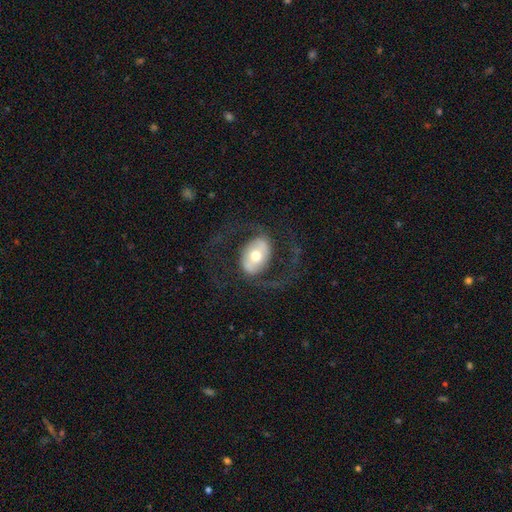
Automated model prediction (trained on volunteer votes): This is likely a featured or disk galaxy (70%). It is clearly not viewed edge-on (95%). Bar: marginally no (42%). Spiral arm pattern: likely yes (75%). Spiral arm count: clearly 2 (89%). Spiral winding: possibly loose (50%). Central bulge: likely moderate (67%). Merging: likely none (68%).